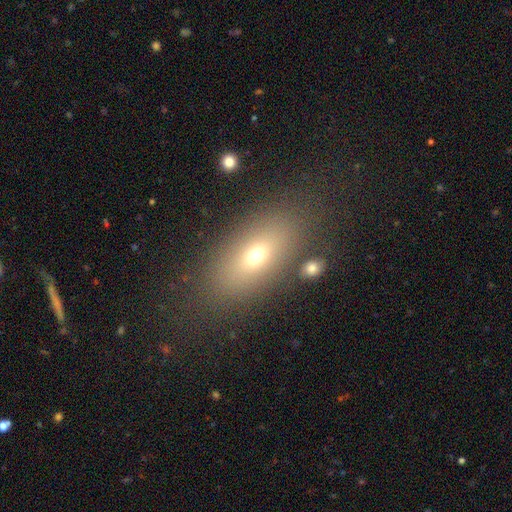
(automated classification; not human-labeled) smooth_or_featured: smooth (p=0.65) [alt: featured or disk p=0.22]
how_rounded: in between (p=0.82) [alt: cigar-shaped p=0.10]
merging: none (p=0.79) [alt: minor disturbance p=0.10]